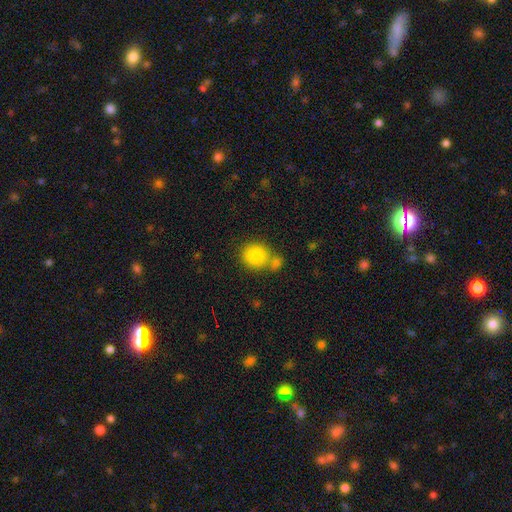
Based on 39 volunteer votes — Q: Smooth or featured?
A: smooth (95%); runner-up: featured or disk (3%)
Q: How rounded?
A: round (95%); runner-up: in between (5%)
Q: Merging?
A: none (55%); runner-up: merger (32%)